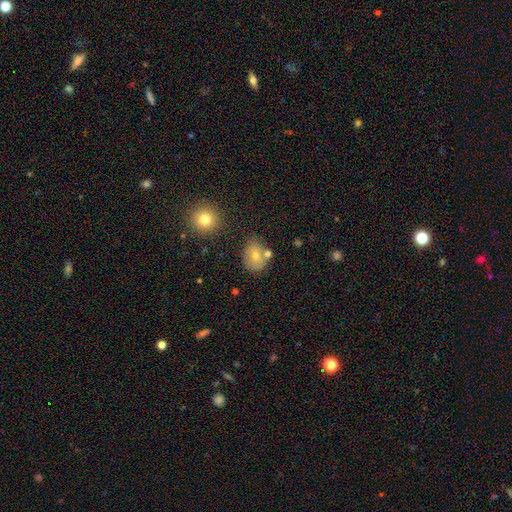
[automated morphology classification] Smooth or featured: smooth — 58% (featured or disk — 25%)
How rounded: round — 55% (in between — 44%)
Merging: none — 68% (minor disturbance — 16%)